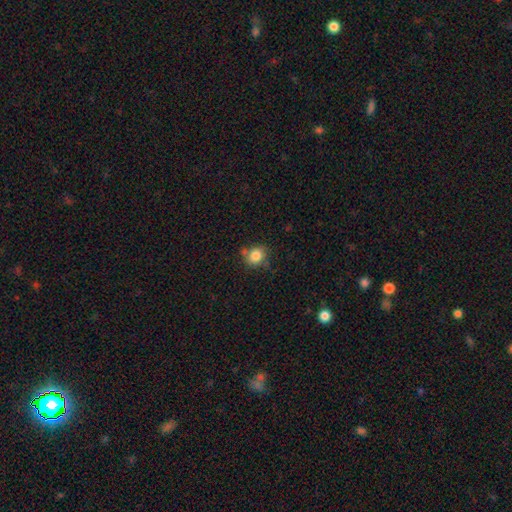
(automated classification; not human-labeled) This appears to be a smooth galaxy with no disk features (83%) that is round (70%). Merging: none (65%).